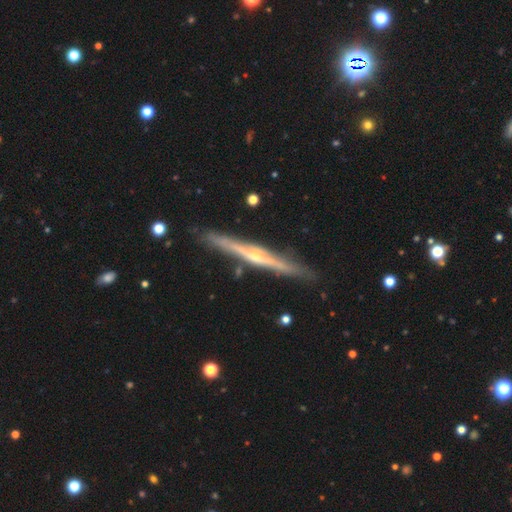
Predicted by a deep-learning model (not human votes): Q: Smooth or featured?
A: featured or disk (83%); runner-up: smooth (12%)
Q: Edge-on disk?
A: yes (98%); runner-up: no (2%)
Q: Edge-on bulge?
A: rounded (81%); runner-up: none (15%)
Q: Merging?
A: none (88%); runner-up: minor disturbance (8%)